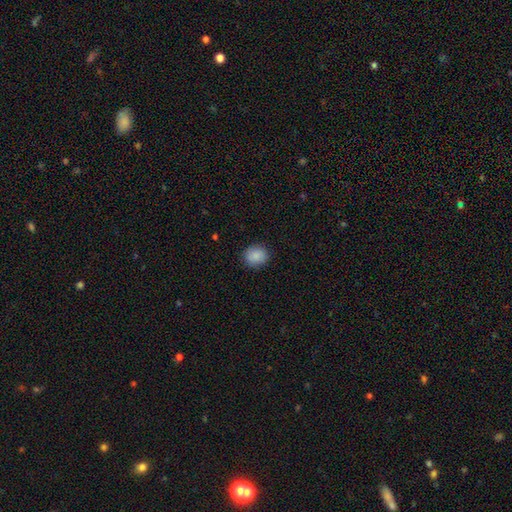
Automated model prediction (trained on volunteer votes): smooth-or-featured: smooth: 88% | star or artifact: 8% | featured or disk: 4%
  how-rounded: round: 75% | in between: 24% | cigar-shaped: 1%
  merging: none: 89% | minor disturbance: 8% | major disturbance: 2% | merger: 1%